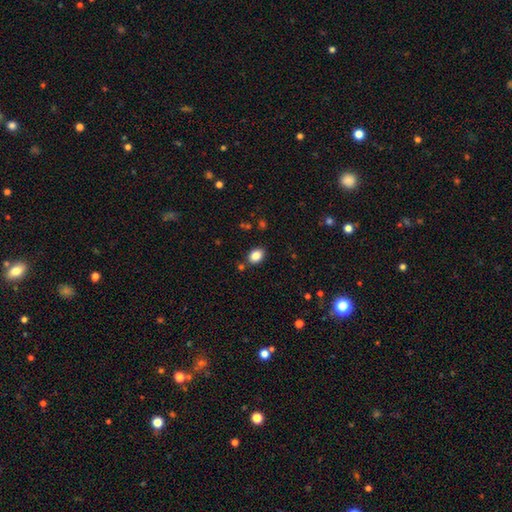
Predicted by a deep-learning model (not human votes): smooth_or_featured: smooth (p=0.86) [alt: star or artifact p=0.09]
how_rounded: in between (p=0.74) [alt: round p=0.25]
merging: none (p=0.82) [alt: minor disturbance p=0.10]